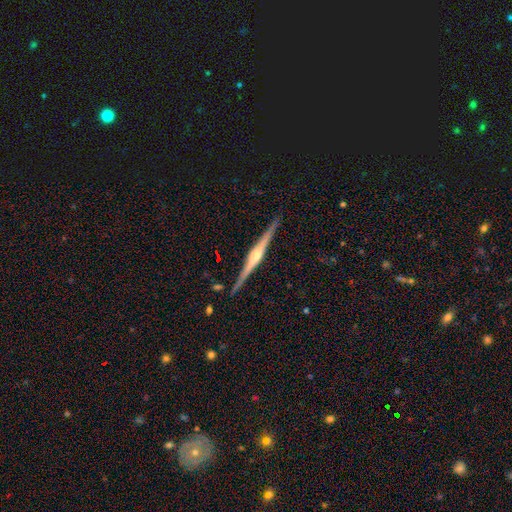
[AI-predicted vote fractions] smooth-or-featured: featured or disk: 86% | smooth: 9% | star or artifact: 5%
  disk-edge-on: yes: 98% | no: 2%
    edge-on-bulge: rounded: 87% | boxy: 7% | none: 5%
  merging: none: 91% | minor disturbance: 7% | major disturbance: 1% | merger: 1%